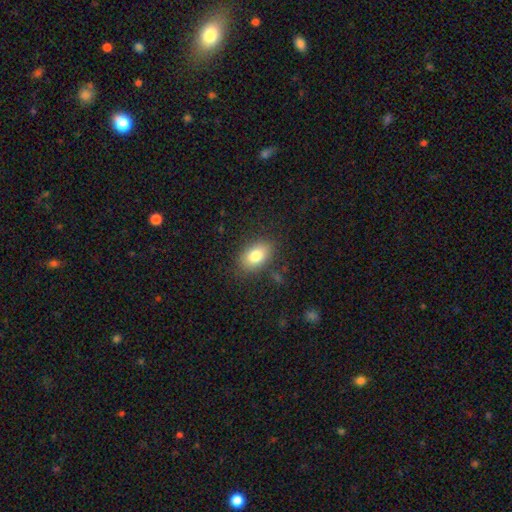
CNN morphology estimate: smooth_or_featured: smooth (p=0.80) [alt: featured or disk p=0.11]
how_rounded: in between (p=0.86) [alt: round p=0.13]
merging: none (p=0.82) [alt: minor disturbance p=0.12]